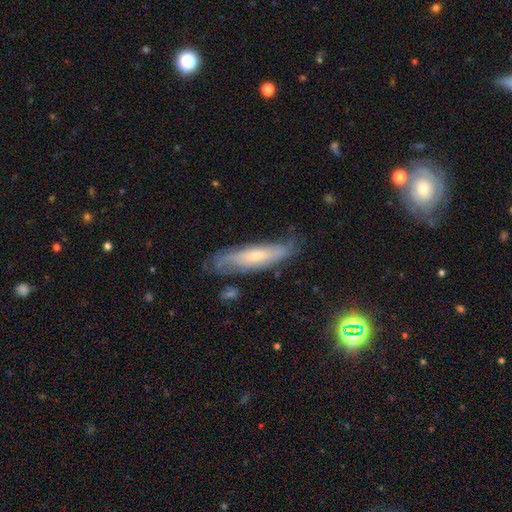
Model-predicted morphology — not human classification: Smooth or featured: featured or disk — 55% (smooth — 37%)
Edge-on disk: no — 60% (yes — 40%)
Merging: none — 63% (minor disturbance — 25%)